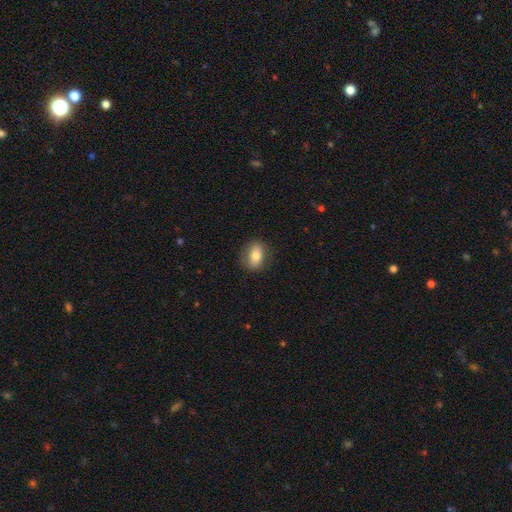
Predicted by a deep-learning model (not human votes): Smooth or featured? Predicted: smooth (p=0.75). How rounded? Predicted: in between (p=0.68). Merging? Predicted: none (p=0.83).